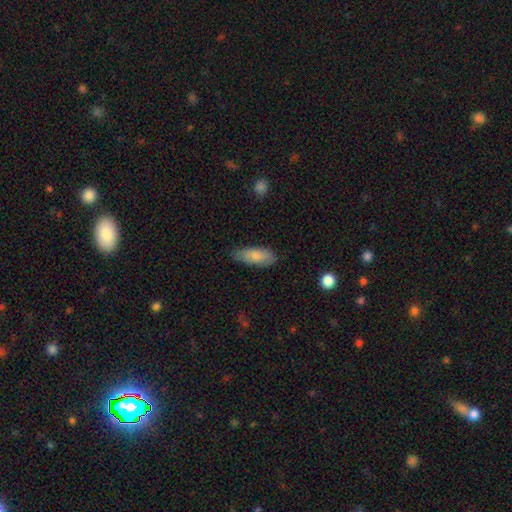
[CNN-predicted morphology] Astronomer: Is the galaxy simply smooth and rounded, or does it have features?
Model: smooth — 79%.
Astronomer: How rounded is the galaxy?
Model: in between — 80%.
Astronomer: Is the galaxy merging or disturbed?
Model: none — 74%.